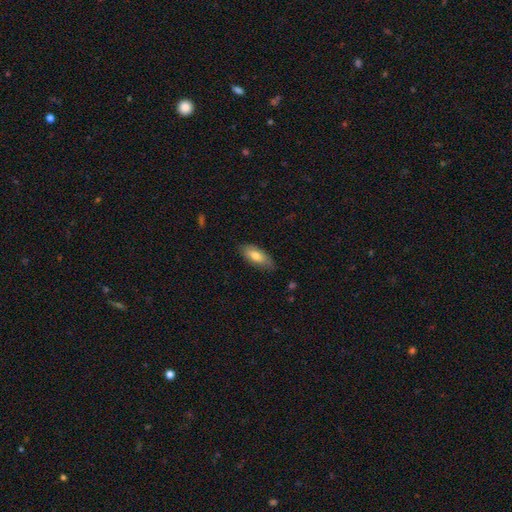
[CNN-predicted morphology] Q: Smooth or featured?
A: smooth (73%); runner-up: featured or disk (21%)
Q: How rounded?
A: in between (82%); runner-up: cigar-shaped (16%)
Q: Merging?
A: none (79%); runner-up: minor disturbance (17%)